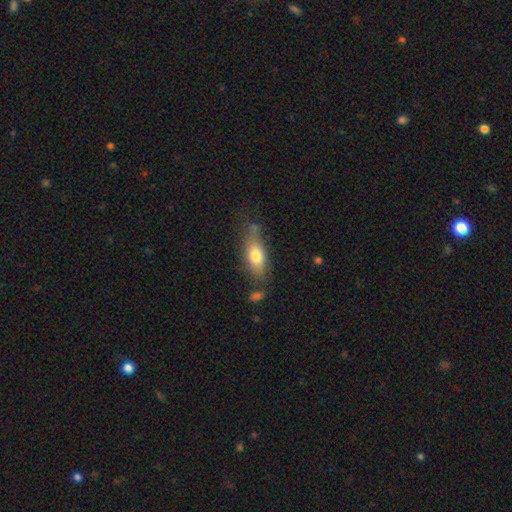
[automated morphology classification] A smooth galaxy with no disk features (73%) that is in between round and cigar-shaped (78%). Merging: none (61%).